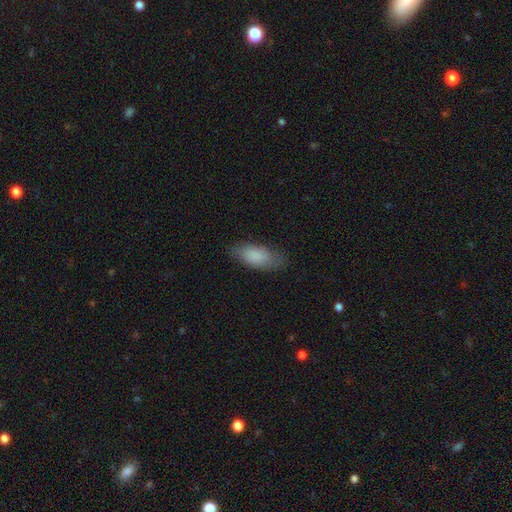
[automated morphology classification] This is clearly a smooth galaxy (84%). How rounded: clearly in between (86%). Merging: likely none (78%).